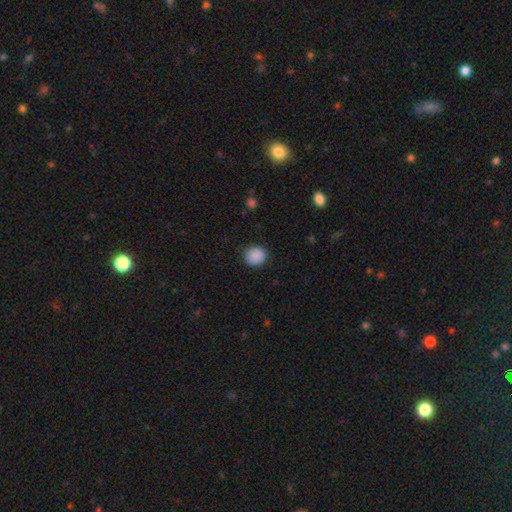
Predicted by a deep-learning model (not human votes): smooth-or-featured: smooth: 89% | star or artifact: 9% | featured or disk: 2%
  how-rounded: round: 89% | in between: 10% | cigar-shaped: 1%
  merging: none: 90% | minor disturbance: 7% | major disturbance: 2% | merger: 1%